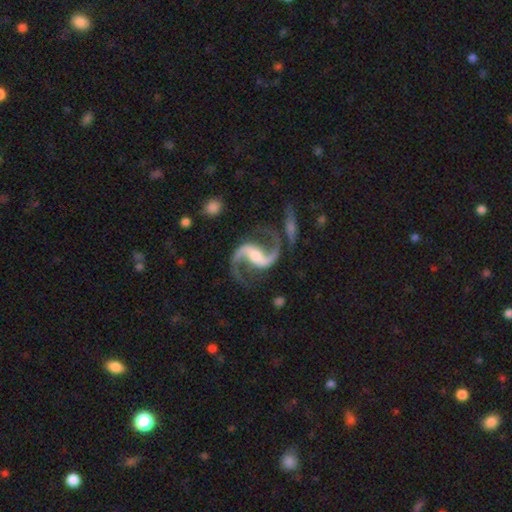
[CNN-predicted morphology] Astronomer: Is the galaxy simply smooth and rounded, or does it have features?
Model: featured or disk — 94%.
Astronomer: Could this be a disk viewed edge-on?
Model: no — 98%.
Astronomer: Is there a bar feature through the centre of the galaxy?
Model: strong — 47% (runner-up: weak, 33%).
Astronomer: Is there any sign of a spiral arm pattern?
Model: yes — 98%.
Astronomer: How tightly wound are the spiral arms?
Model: loose — 54% (runner-up: medium, 40%).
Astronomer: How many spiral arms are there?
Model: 2 — 94%.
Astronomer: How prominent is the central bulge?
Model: moderate — 44% (runner-up: small, 40%).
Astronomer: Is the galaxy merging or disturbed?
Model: none — 76%.